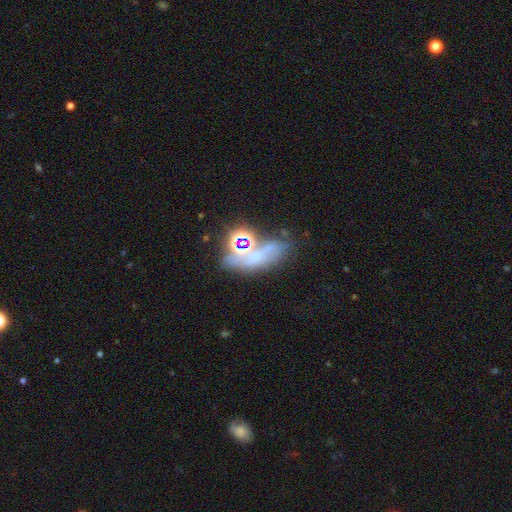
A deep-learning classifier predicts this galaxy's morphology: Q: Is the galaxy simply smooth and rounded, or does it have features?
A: star or artifact — 46%.